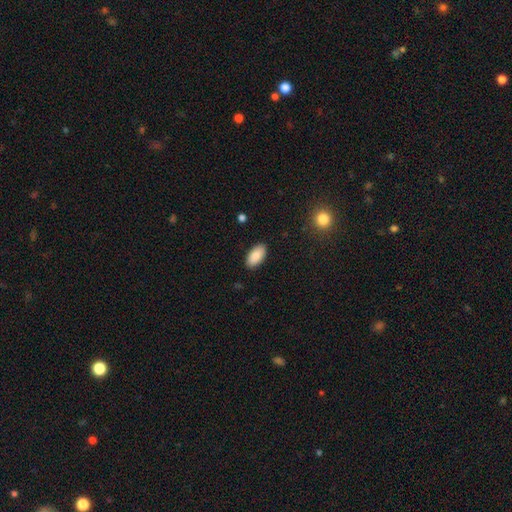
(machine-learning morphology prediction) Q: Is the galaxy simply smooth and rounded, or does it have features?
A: smooth — 86%.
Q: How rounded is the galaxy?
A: in between — 95%.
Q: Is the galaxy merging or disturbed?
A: none — 89%.